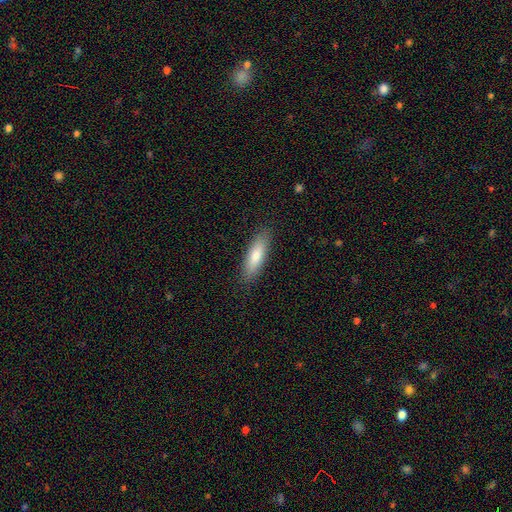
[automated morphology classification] Smooth or featured? Predicted: smooth (p=0.77). How rounded? Predicted: cigar-shaped (p=0.57). Merging? Predicted: none (p=0.88).